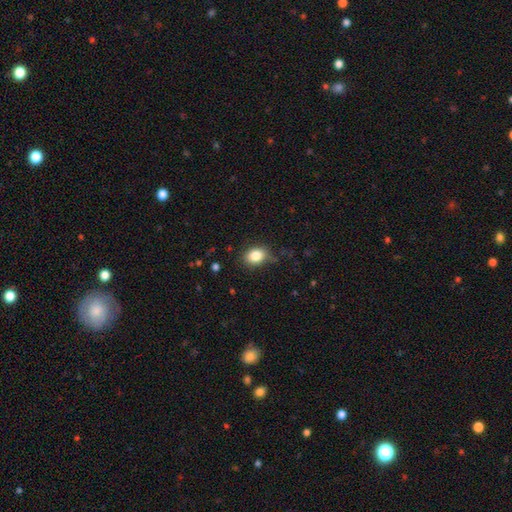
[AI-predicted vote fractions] smooth_or_featured: smooth (p=0.83) [alt: star or artifact p=0.10]
how_rounded: in between (p=0.63) [alt: round p=0.35]
merging: none (p=0.73) [alt: minor disturbance p=0.21]